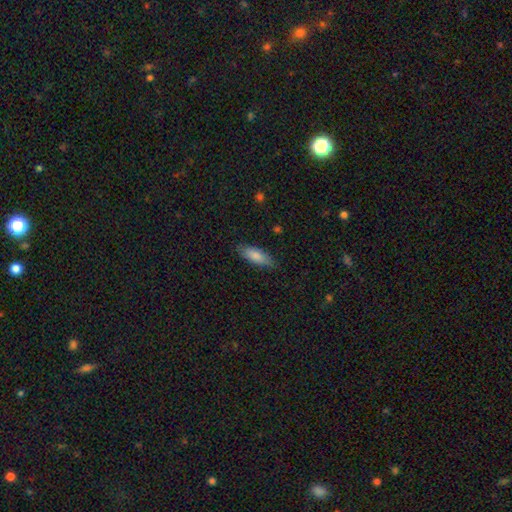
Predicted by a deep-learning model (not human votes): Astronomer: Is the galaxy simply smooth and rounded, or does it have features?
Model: smooth — 83%.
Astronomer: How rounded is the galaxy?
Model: in between — 68%.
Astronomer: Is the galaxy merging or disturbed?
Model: none — 81%.